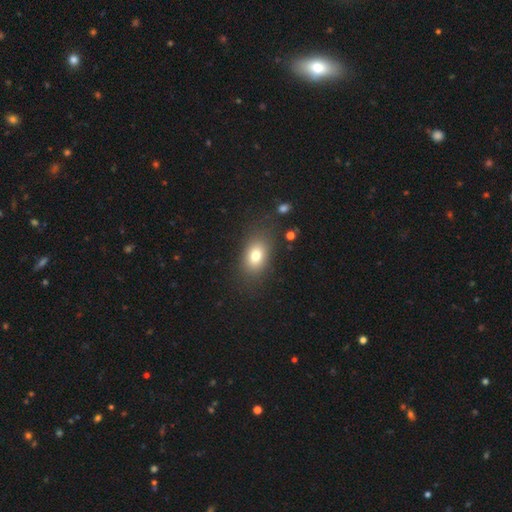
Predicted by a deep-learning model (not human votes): smooth 76%, featured or disk 13%, star or artifact 11%. Down the decision tree: how rounded — in between (78%); merging — none (80%).